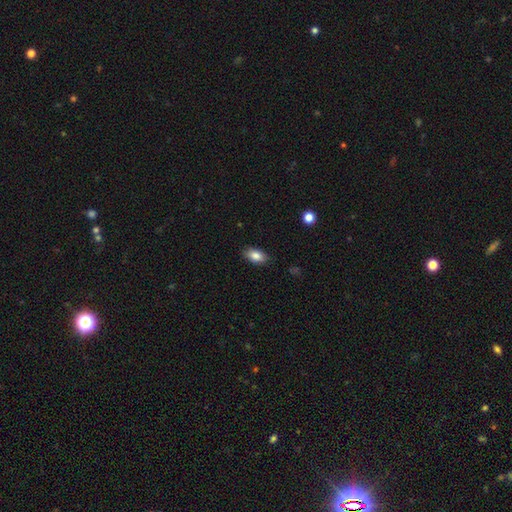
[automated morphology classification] Smooth or featured? Predicted: smooth (p=0.85). How rounded? Predicted: in between (p=0.91). Merging? Predicted: none (p=0.86).